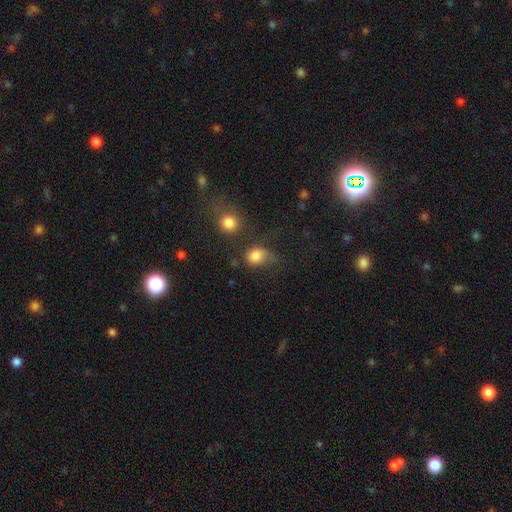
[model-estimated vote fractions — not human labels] smooth-or-featured: smooth: 81% | star or artifact: 11% | featured or disk: 8%
  how-rounded: round: 54% | in between: 45% | cigar-shaped: 1%
  merging: none: 39% | minor disturbance: 29% | major disturbance: 19% | merger: 12%